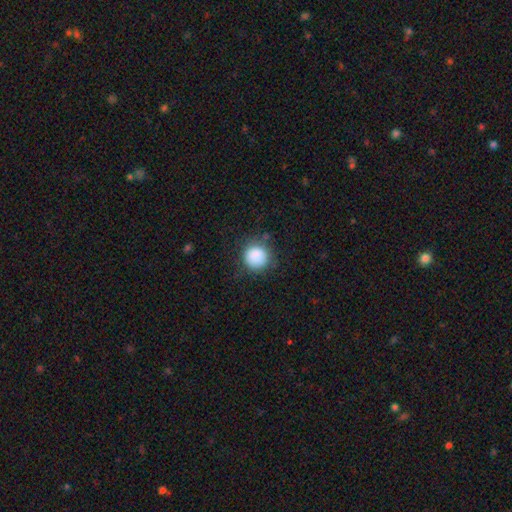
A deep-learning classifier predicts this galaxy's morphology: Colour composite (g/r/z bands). It shows a smooth galaxy with no disk features (87%) that is round (92%). Merging: none (81%).